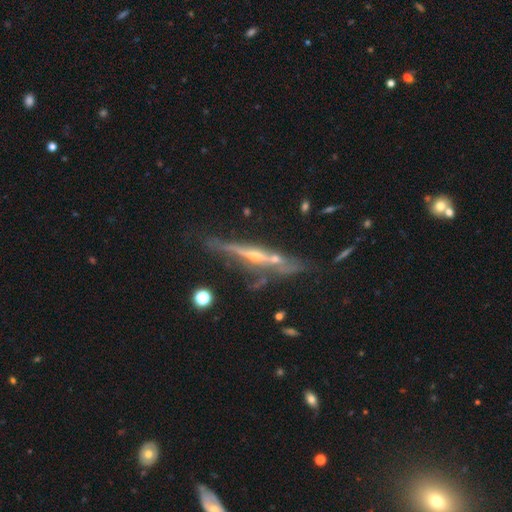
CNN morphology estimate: Smooth or featured?
  - featured or disk: 79% *
  - smooth: 14%
  - star or artifact: 7%
Edge-on disk?
  - yes: 92% *
  - no: 8%
Edge-on bulge?
  - rounded: 65% *
  - none: 27%
  - boxy: 8%
Merging?
  - none: 58% *
  - minor disturbance: 20%
  - merger: 13%
  - major disturbance: 8%